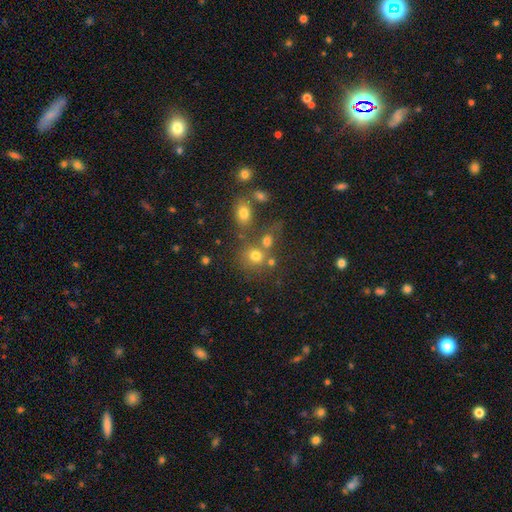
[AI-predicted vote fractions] Smooth or featured? Predicted: smooth (p=0.72). How rounded? Predicted: round (p=0.78). Merging? Predicted: none (p=0.53).